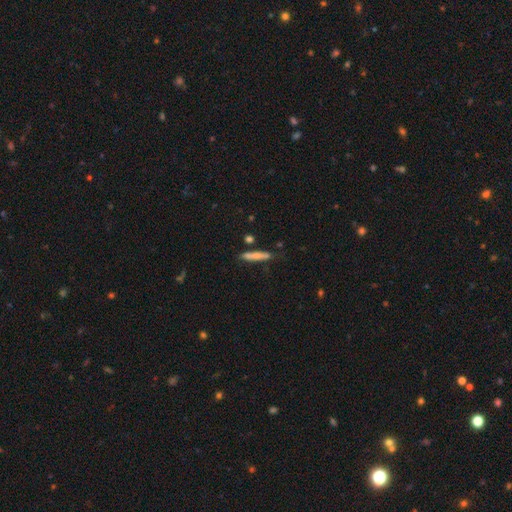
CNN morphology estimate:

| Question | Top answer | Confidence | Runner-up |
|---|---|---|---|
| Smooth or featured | smooth | 73% | featured or disk (20%) |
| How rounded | cigar-shaped | 91% | in between (7%) |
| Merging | none | 73% | minor disturbance (17%) |